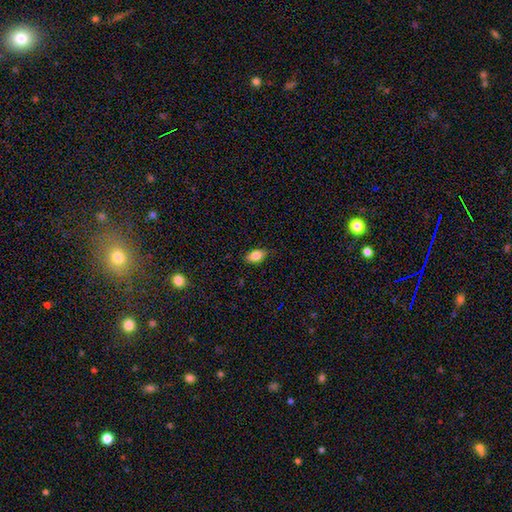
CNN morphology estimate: The model was most divided on "merging": none: 85%, minor disturbance: 12%, major disturbance: 2%, merger: 1%. More confident: how rounded — in between (88%); smooth or featured — smooth (84%).